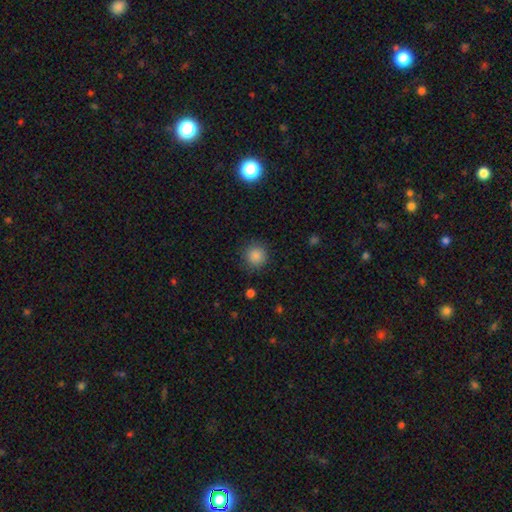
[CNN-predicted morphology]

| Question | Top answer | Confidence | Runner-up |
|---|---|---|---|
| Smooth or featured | smooth | 86% | star or artifact (10%) |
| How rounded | round | 93% | in between (6%) |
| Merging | none | 88% | minor disturbance (8%) |